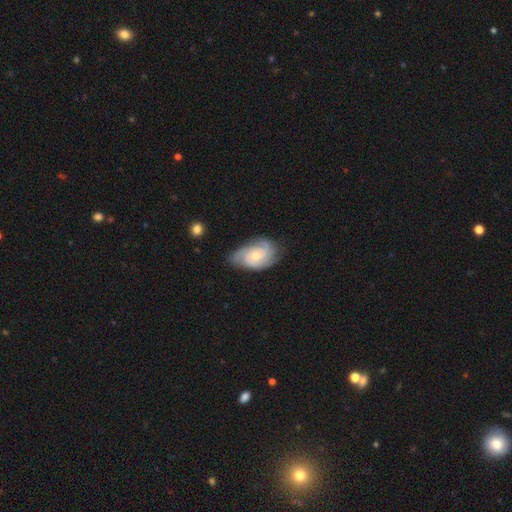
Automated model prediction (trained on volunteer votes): smooth_or_featured: featured or disk (p=0.77) [alt: smooth p=0.18]
disk_edge_on: no (p=0.96) [alt: yes p=0.04]
bar: no (p=0.72) [alt: weak p=0.24]
has_spiral_arms: yes (p=0.95) [alt: no p=0.05]
spiral_winding: tight (p=0.56) [alt: medium p=0.35]
spiral_arm_count: 3 (p=0.37) [alt: can't tell p=0.24]
bulge_size: small (p=0.50) [alt: moderate p=0.46]
merging: none (p=0.67) [alt: minor disturbance p=0.24]